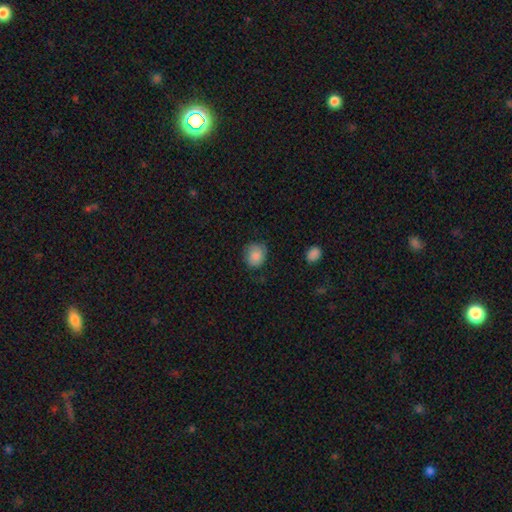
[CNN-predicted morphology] This is clearly a smooth galaxy (87%). How rounded: likely round (69%). Merging: likely none (73%).